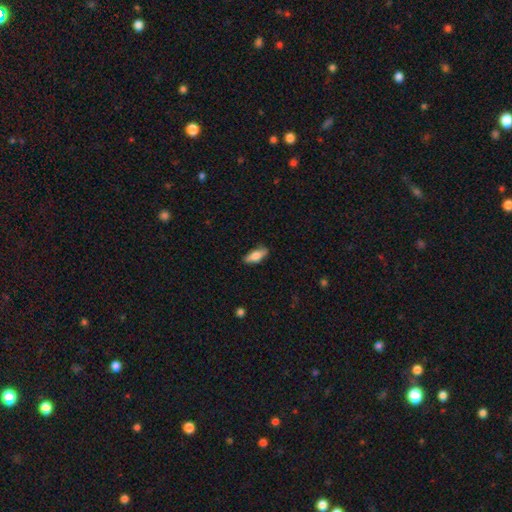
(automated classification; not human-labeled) This appears to be a smooth galaxy with no disk features (69%) that is in between round and cigar-shaped (71%). Merging: none (84%).